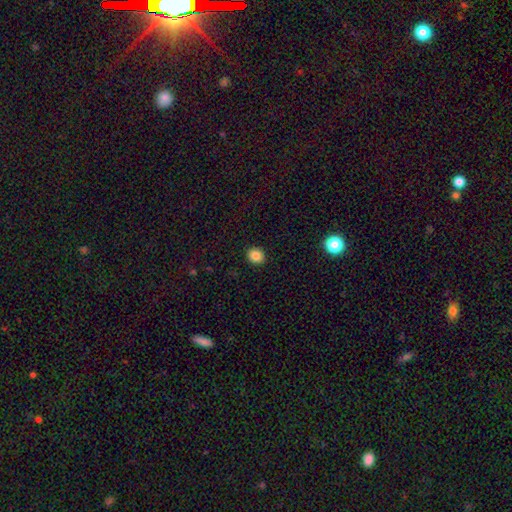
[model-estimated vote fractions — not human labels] smooth_or_featured: smooth (p=0.85) [alt: star or artifact p=0.11]
how_rounded: round (p=0.78) [alt: in between p=0.22]
merging: none (p=0.92) [alt: minor disturbance p=0.05]